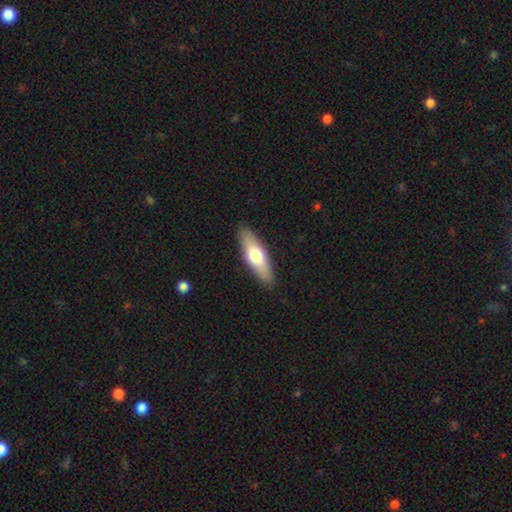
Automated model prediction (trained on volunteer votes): The model was most divided on "how rounded": cigar-shaped: 49%, in between: 48%, round: 2%. More confident: merging — none (89%); smooth or featured — smooth (66%).